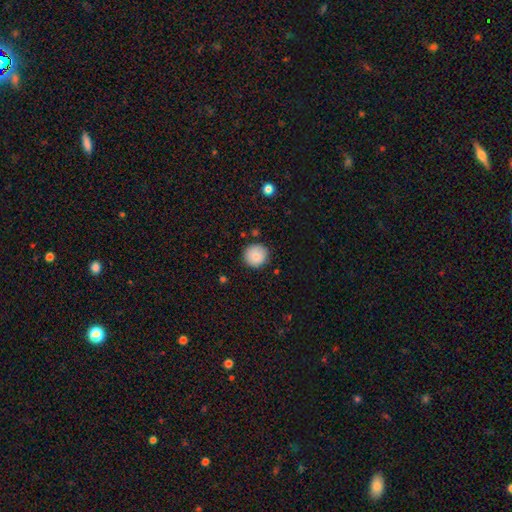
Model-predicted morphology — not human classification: A smooth galaxy with no disk features (85%) that is round (94%). Merging: none (88%).